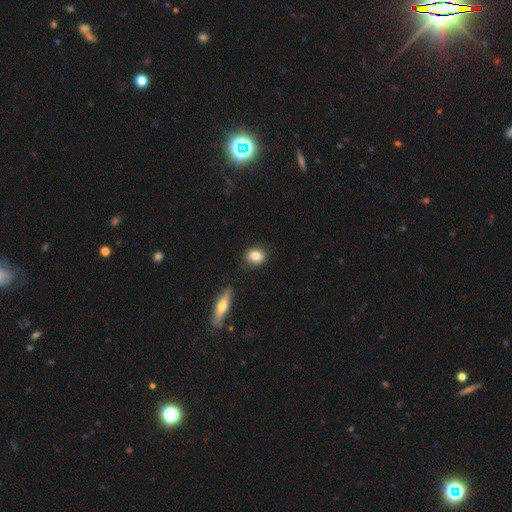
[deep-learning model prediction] Smooth or featured? smooth (83%)
How rounded? in between (61%)
Merging? none (77%)